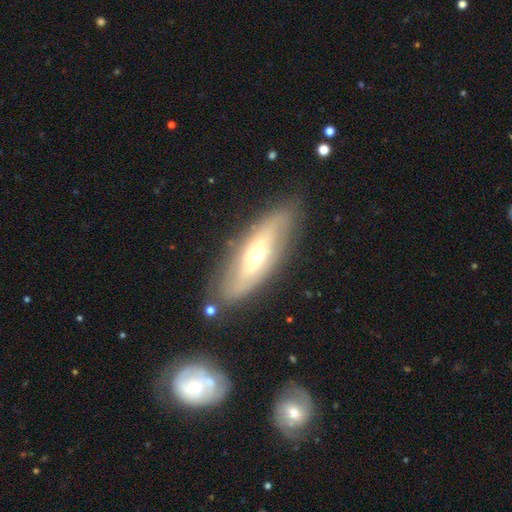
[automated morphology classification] This is possibly a featured or disk galaxy (58%). It is likely not viewed edge-on (63%). Merging: likely none (80%).